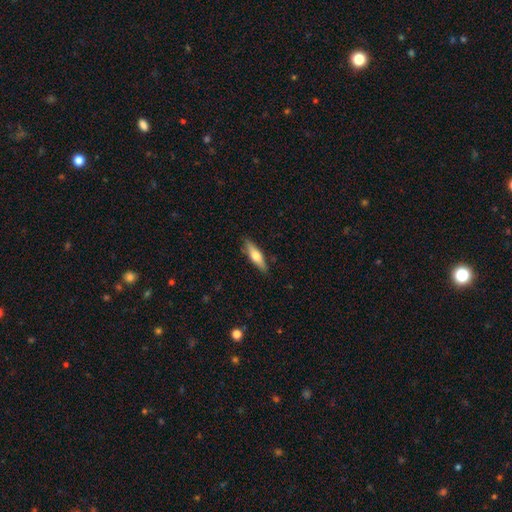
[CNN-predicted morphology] A smooth galaxy with no disk features (55%) that is cigar-shaped (65%).

Vote fractions:
- Smooth or featured? smooth: 55% / featured or disk: 40% / star or artifact: 6%
- How rounded? cigar-shaped: 65% / in between: 33% / round: 2%
- Merging? none: 86% / minor disturbance: 10% / major disturbance: 2% / merger: 1%